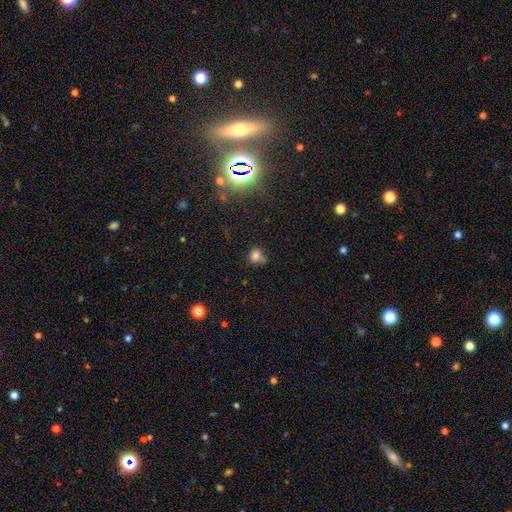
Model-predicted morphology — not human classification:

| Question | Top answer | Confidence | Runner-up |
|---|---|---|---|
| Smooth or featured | smooth | 78% | star or artifact (15%) |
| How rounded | round | 75% | in between (23%) |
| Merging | none | 56% | minor disturbance (22%) |